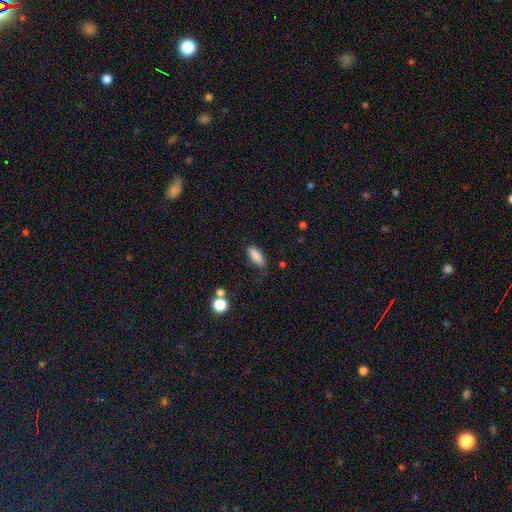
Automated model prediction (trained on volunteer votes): A smooth galaxy with no disk features (87%) that is in between round and cigar-shaped (78%).

Vote fractions:
- Smooth or featured? smooth: 87% / star or artifact: 8% / featured or disk: 5%
- How rounded? in between: 78% / cigar-shaped: 20% / round: 3%
- Merging? none: 68% / minor disturbance: 24% / major disturbance: 6% / merger: 3%